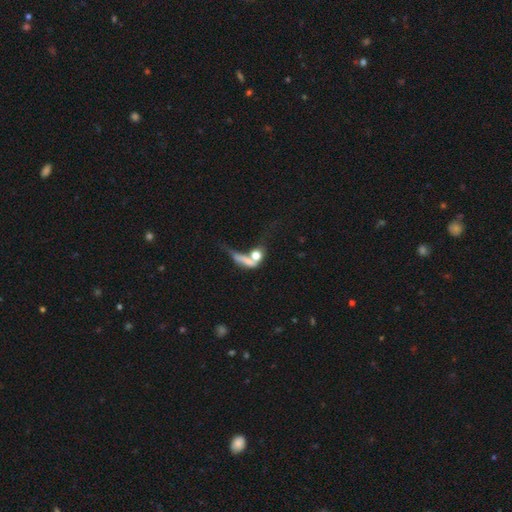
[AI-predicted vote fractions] smooth 60%, featured or disk 28%, star or artifact 12%. Down the decision tree: how rounded — in between (43%); merging — merger (50%).